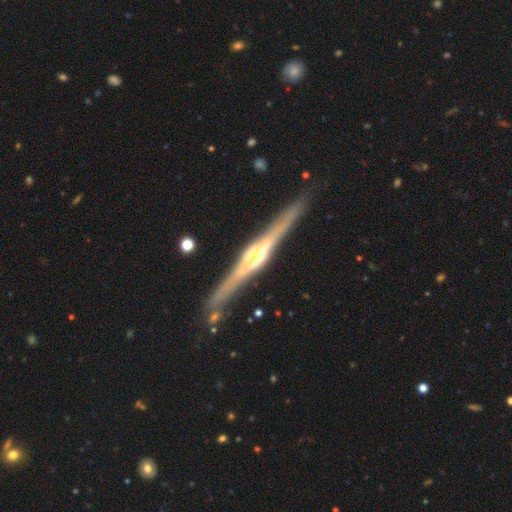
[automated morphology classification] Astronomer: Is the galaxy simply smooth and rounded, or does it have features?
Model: featured or disk — 86%.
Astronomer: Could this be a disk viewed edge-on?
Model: yes — 98%.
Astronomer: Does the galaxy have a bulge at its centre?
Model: rounded — 75%.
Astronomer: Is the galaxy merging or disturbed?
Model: none — 87%.